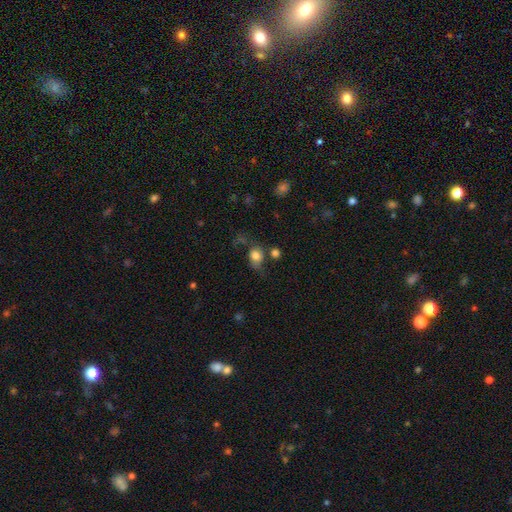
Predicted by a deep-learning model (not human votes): smooth-or-featured: smooth: 73% | featured or disk: 16% | star or artifact: 11%
  how-rounded: round: 60% | in between: 38% | cigar-shaped: 2%
  merging: none: 49% | minor disturbance: 23% | major disturbance: 18% | merger: 10%